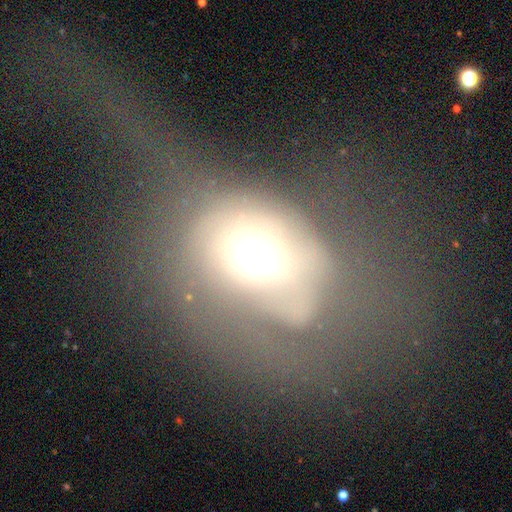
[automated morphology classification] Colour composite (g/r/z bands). It shows a smooth galaxy with no disk features (46%). Merging: major disturbance (56%).